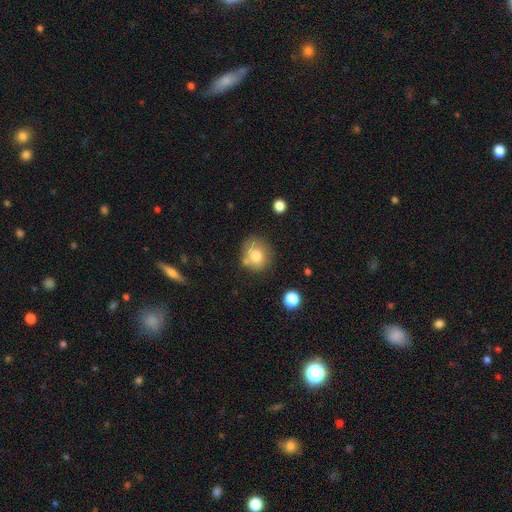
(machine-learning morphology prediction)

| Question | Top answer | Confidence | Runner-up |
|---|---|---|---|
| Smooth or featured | smooth | 78% | featured or disk (12%) |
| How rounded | round | 76% | in between (23%) |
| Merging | none | 67% | minor disturbance (19%) |